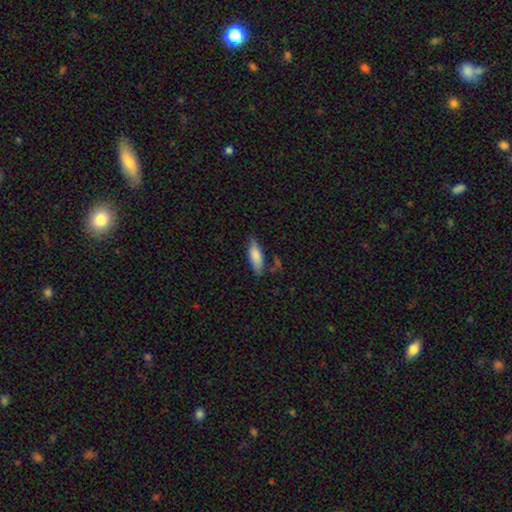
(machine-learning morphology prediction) Smooth or featured? Predicted: smooth (p=0.82). How rounded? Predicted: in between (p=0.64). Merging? Predicted: none (p=0.73).